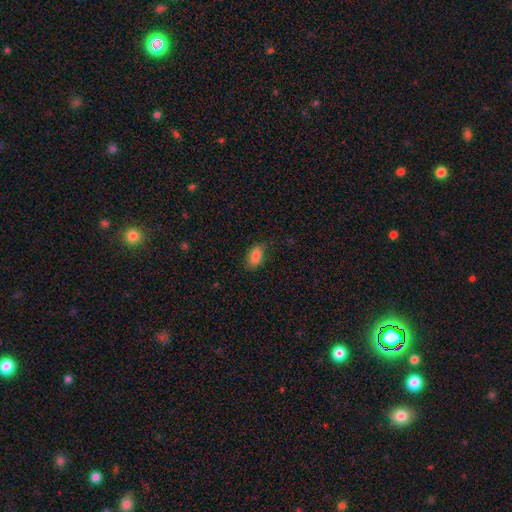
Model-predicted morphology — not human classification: A smooth galaxy with no disk features (84%) that is in between round and cigar-shaped (90%). Merging: none (74%).